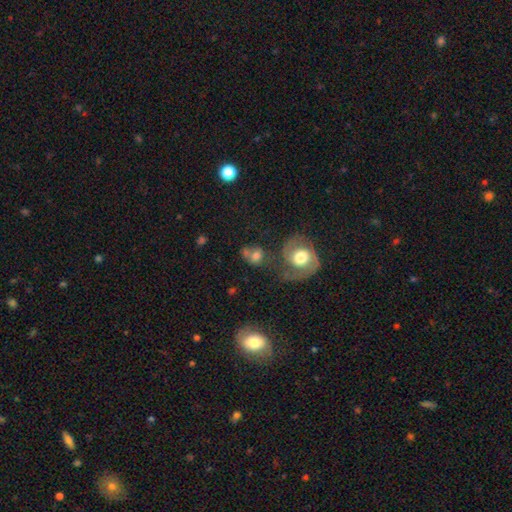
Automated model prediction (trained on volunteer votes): Q: Smooth or featured?
A: smooth (57%); runner-up: featured or disk (31%)
Q: How rounded?
A: round (60%); runner-up: in between (38%)
Q: Merging?
A: none (40%); runner-up: merger (30%)